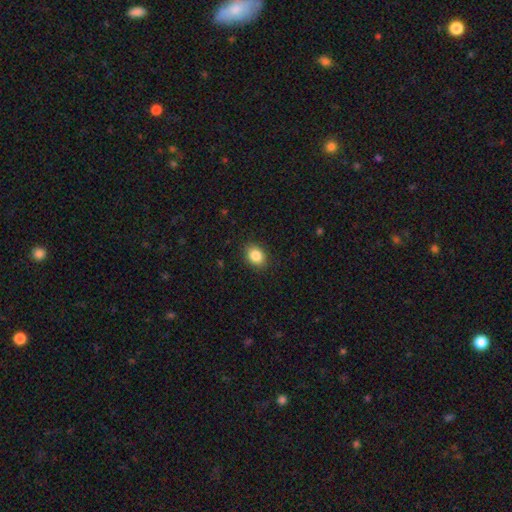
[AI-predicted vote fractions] Smooth or featured?
  - smooth: 86% *
  - star or artifact: 9%
  - featured or disk: 5%
How rounded?
  - in between: 58% *
  - round: 41%
  - cigar-shaped: 1%
Merging?
  - none: 88% *
  - minor disturbance: 9%
  - major disturbance: 2%
  - merger: 1%